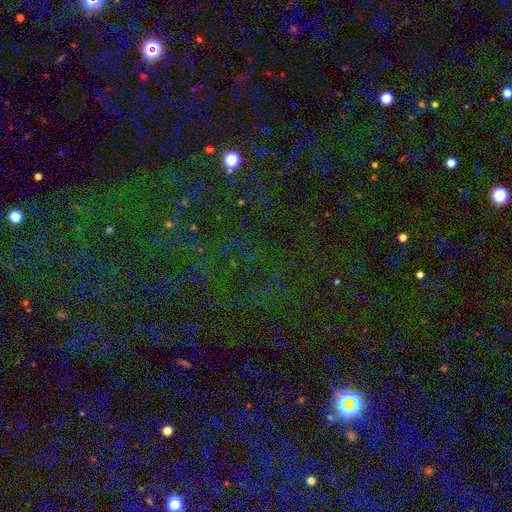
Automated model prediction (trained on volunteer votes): Smooth or featured? Predicted: star or artifact (p=0.76).